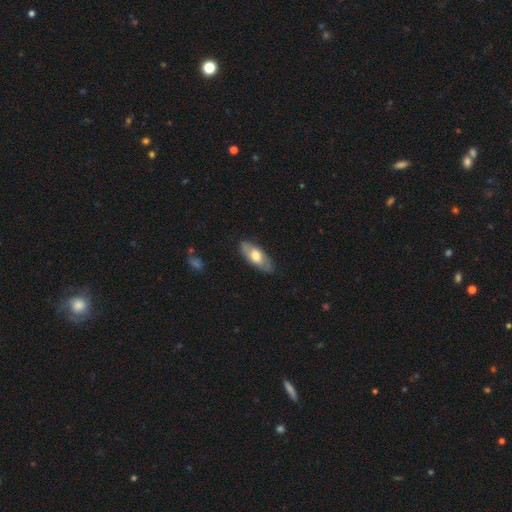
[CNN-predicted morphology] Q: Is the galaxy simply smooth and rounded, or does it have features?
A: smooth — 57%.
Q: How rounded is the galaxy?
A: in between — 83%.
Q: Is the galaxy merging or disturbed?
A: none — 80%.